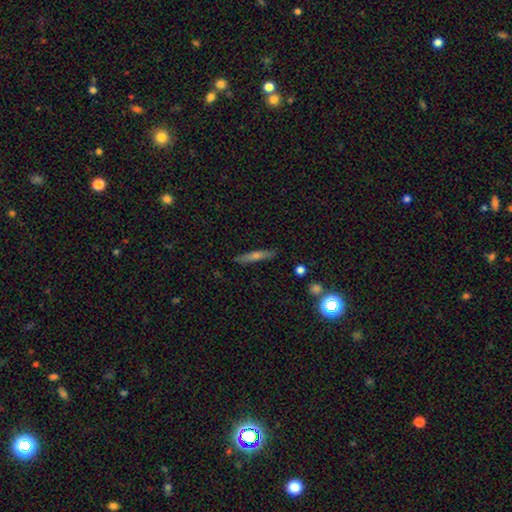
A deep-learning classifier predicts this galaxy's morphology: This appears to be a smooth galaxy with no disk features (47%). Merging: none (87%).